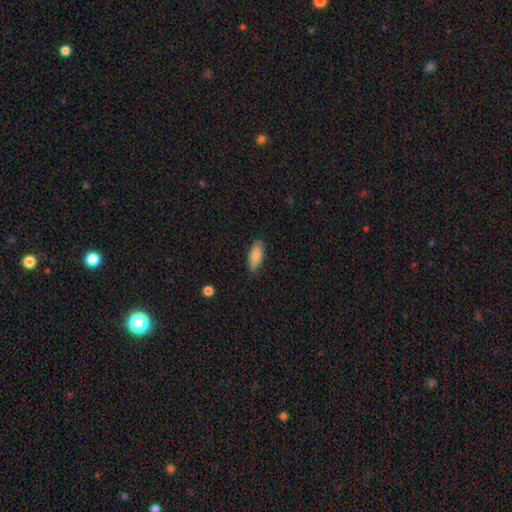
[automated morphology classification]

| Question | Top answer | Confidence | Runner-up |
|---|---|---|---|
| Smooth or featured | smooth | 83% | featured or disk (11%) |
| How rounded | in between | 84% | cigar-shaped (14%) |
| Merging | none | 81% | minor disturbance (15%) |